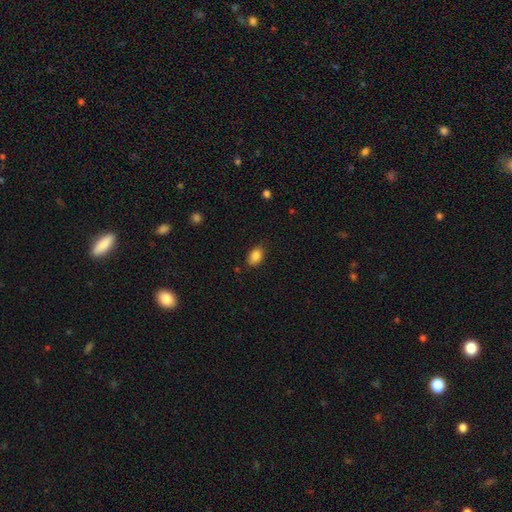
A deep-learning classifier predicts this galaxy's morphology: The model was most divided on "merging": none: 82%, minor disturbance: 14%, major disturbance: 3%, merger: 1%. More confident: smooth or featured — smooth (87%); how rounded — in between (86%).